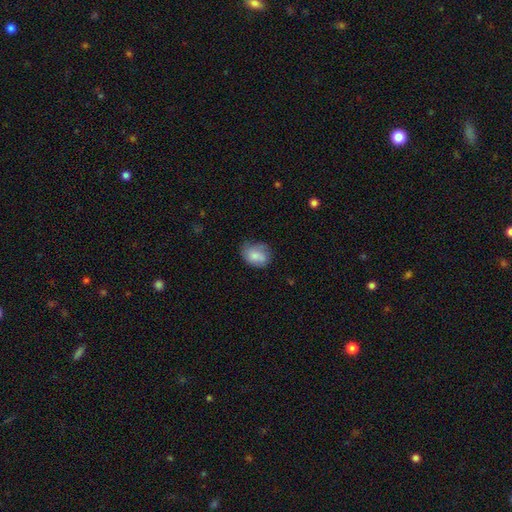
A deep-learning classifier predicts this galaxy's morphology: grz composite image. It shows a smooth galaxy with no disk features (79%) that is in between round and cigar-shaped (59%). Merging: none (60%).